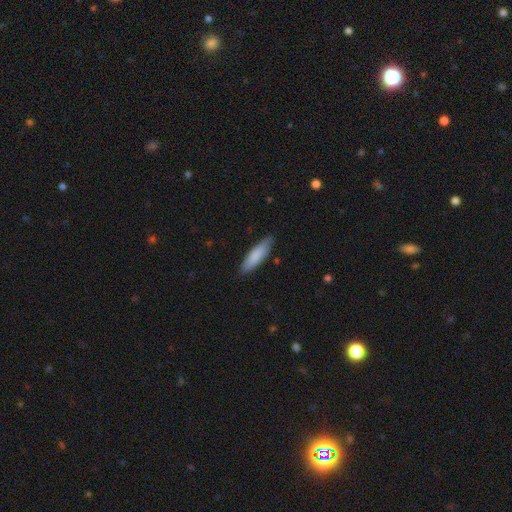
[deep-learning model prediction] smooth 83%, featured or disk 12%, star or artifact 5%. Down the decision tree: how rounded — cigar-shaped (65%); merging — none (84%).